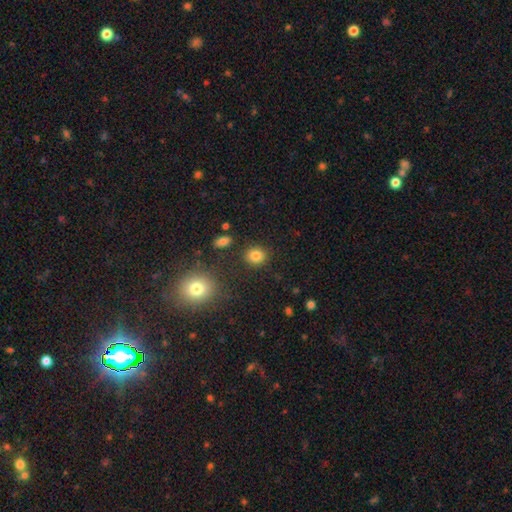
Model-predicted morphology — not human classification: A smooth galaxy with no disk features (83%) that is round (78%).

Vote fractions:
- Smooth or featured? smooth: 83% / star or artifact: 11% / featured or disk: 6%
- How rounded? round: 78% / in between: 21% / cigar-shaped: 1%
- Merging? none: 87% / minor disturbance: 7% / merger: 3% / major disturbance: 3%